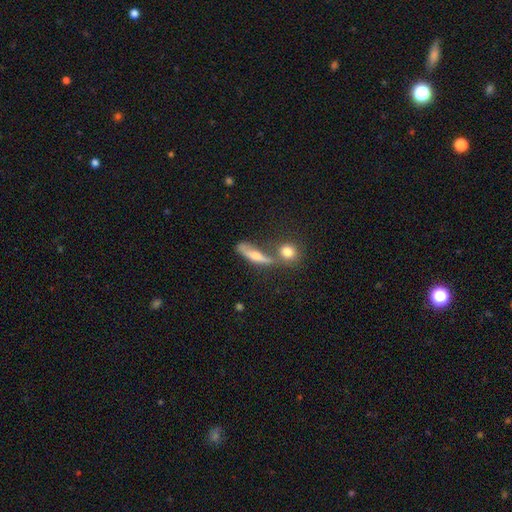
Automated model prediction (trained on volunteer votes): The model was most divided on "smooth or featured": featured or disk: 49%, smooth: 39%, star or artifact: 11%. Remaining: merging — none (49%).